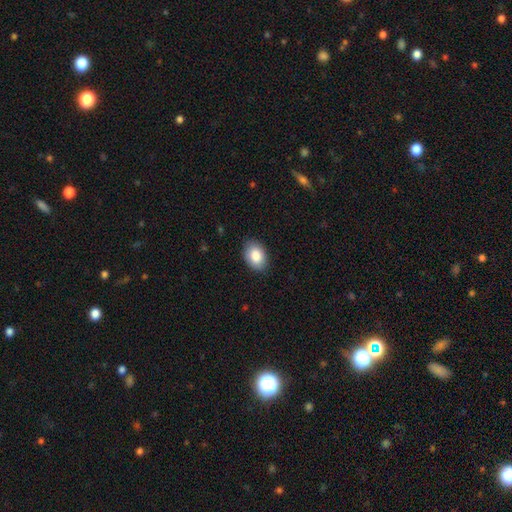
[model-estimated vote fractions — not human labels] The model was most divided on "how rounded": in between: 83%, round: 16%, cigar-shaped: 1%. More confident: merging — none (86%); smooth or featured — smooth (85%).